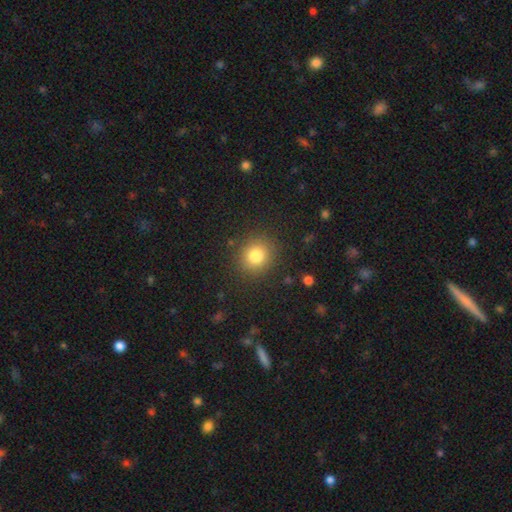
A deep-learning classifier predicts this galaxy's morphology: This is clearly a smooth galaxy (81%). How rounded: clearly round (84%). Merging: clearly none (88%).